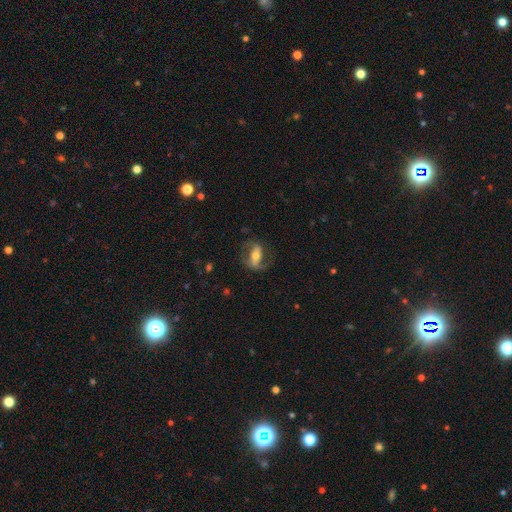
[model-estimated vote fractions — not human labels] Smooth or featured? featured or disk (66%)
Edge-on disk? no (86%)
Bar? strong (58%)
Spiral arms? yes (72%)
Bulge size? moderate (56%)
Merging? none (66%)